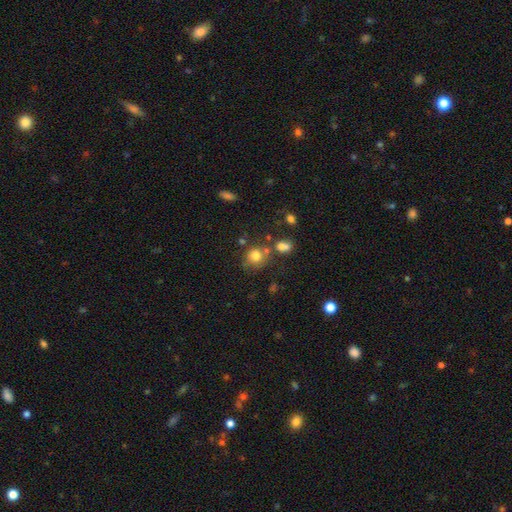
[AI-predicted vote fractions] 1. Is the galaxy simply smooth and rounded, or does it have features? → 77% smooth, 13% star or artifact, 10% featured or disk.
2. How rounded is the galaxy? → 81% round, 18% in between, 1% cigar-shaped.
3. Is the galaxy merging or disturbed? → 61% none, 16% minor disturbance, 16% merger, 7% major disturbance.